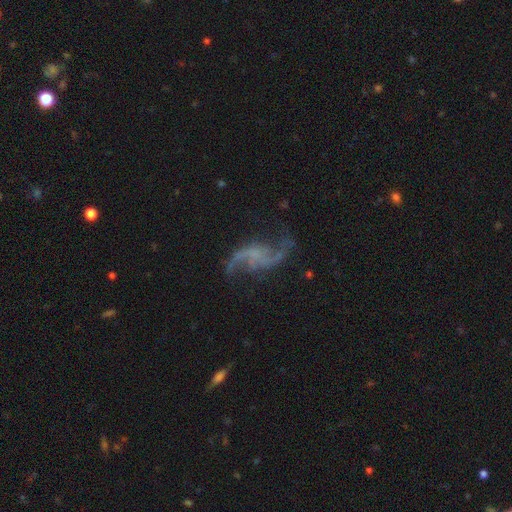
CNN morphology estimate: Smooth or featured? Predicted: featured or disk (p=0.87). Edge-on disk? Predicted: no (p=0.97). Bar? Predicted: no (p=0.58). Spiral arms? Predicted: yes (p=0.95). Spiral winding? Predicted: loose (p=0.86). Spiral arm count? Predicted: 2 (p=0.89). Bulge size? Predicted: none (p=0.65). Merging? Predicted: none (p=0.69).